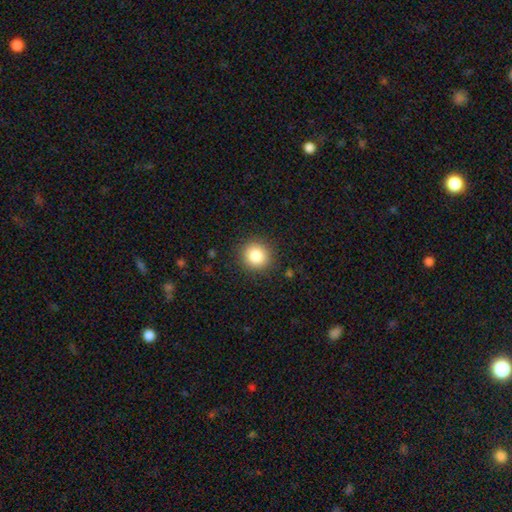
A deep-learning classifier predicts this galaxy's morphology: smooth-or-featured: smooth: 85% | star or artifact: 10% | featured or disk: 5%
  how-rounded: round: 91% | in between: 8% | cigar-shaped: 1%
  merging: none: 89% | minor disturbance: 7% | major disturbance: 2% | merger: 1%